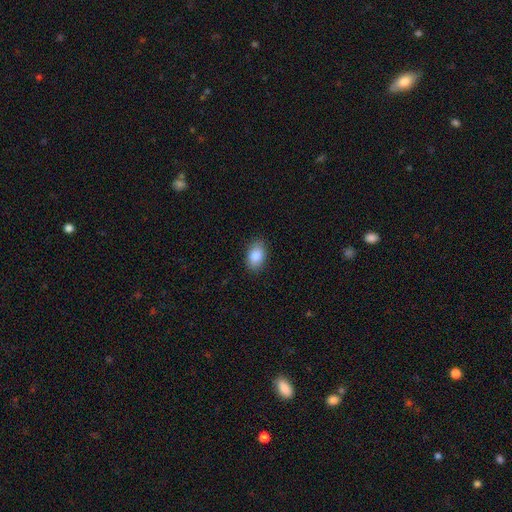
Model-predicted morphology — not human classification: Smooth or featured?
  - smooth: 87% *
  - star or artifact: 7%
  - featured or disk: 6%
How rounded?
  - in between: 88% *
  - round: 11%
  - cigar-shaped: 1%
Merging?
  - none: 86% *
  - minor disturbance: 11%
  - major disturbance: 3%
  - merger: 1%